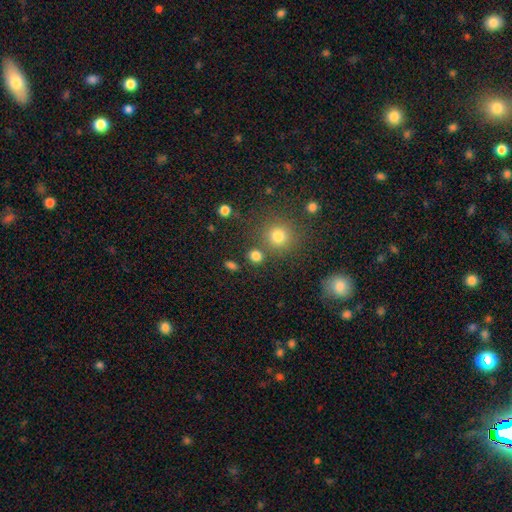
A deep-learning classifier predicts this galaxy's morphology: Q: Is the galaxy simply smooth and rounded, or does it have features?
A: smooth — 79%.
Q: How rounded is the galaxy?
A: round — 77%.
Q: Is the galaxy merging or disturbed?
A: none — 78%.